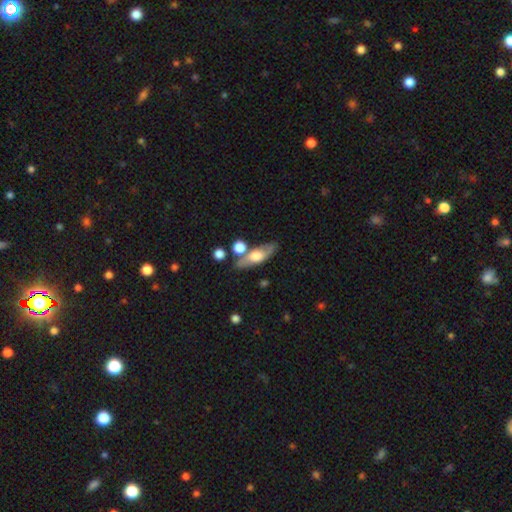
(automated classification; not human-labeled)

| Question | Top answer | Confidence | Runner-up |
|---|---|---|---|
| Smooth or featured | smooth | 48% | featured or disk (45%) |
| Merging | none | 70% | minor disturbance (13%) |